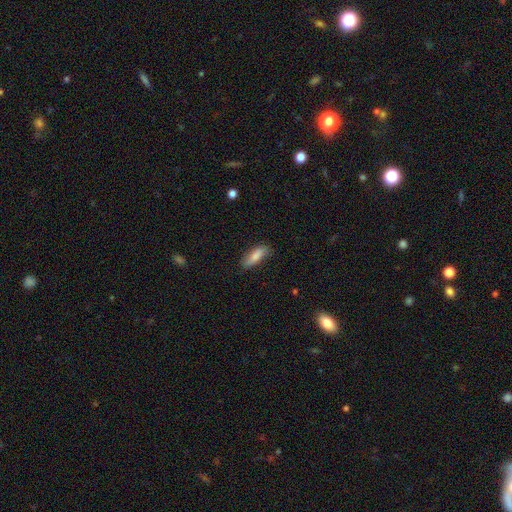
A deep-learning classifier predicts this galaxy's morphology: Smooth or featured? Predicted: smooth (p=0.81). How rounded? Predicted: in between (p=0.59). Merging? Predicted: none (p=0.77).